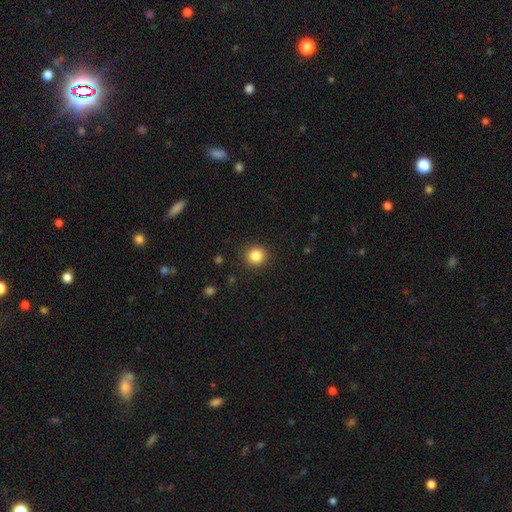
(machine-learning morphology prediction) A smooth galaxy with no disk features (85%) that is round (91%). Merging: none (90%).